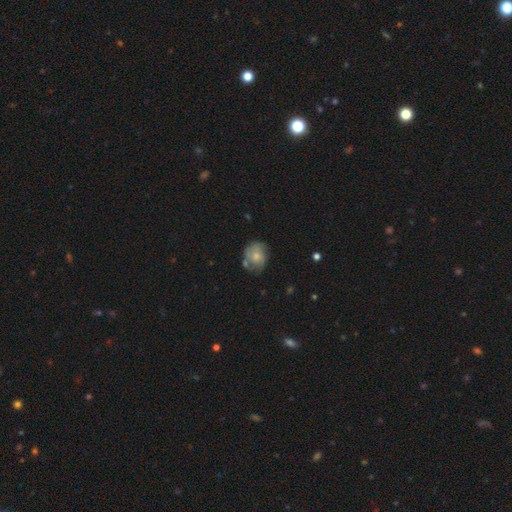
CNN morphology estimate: Smooth or featured? Predicted: smooth (p=0.52). How rounded? Predicted: round (p=0.63). Merging? Predicted: none (p=0.52).